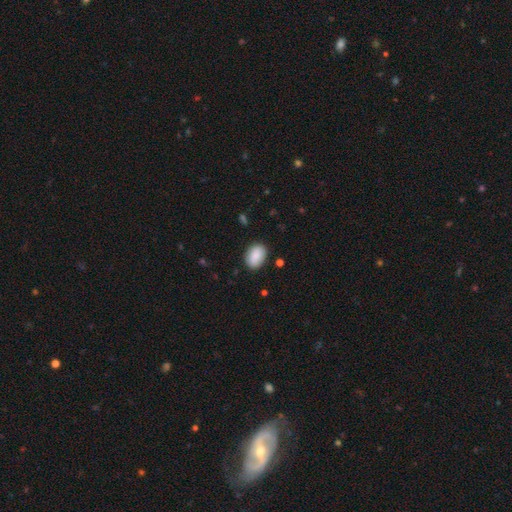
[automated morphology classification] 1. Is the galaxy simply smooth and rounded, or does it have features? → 89% smooth, 7% star or artifact, 5% featured or disk.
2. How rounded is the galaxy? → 84% in between, 14% round, 1% cigar-shaped.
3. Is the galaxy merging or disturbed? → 84% none, 12% minor disturbance, 3% major disturbance, 2% merger.